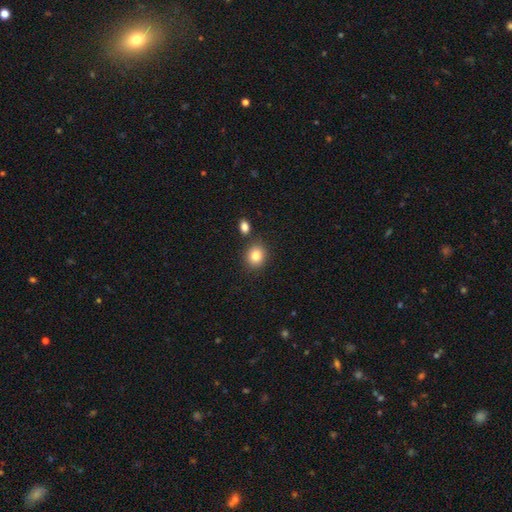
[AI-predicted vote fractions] The model was most divided on "how rounded": round: 77%, in between: 22%, cigar-shaped: 1%. More confident: smooth or featured — smooth (83%); merging — none (81%).